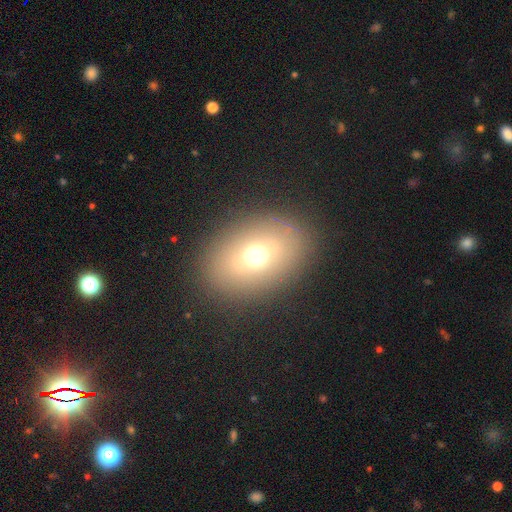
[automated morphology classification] Smooth or featured: smooth — 65% (featured or disk — 18%)
How rounded: in between — 64% (round — 35%)
Merging: none — 86% (minor disturbance — 8%)